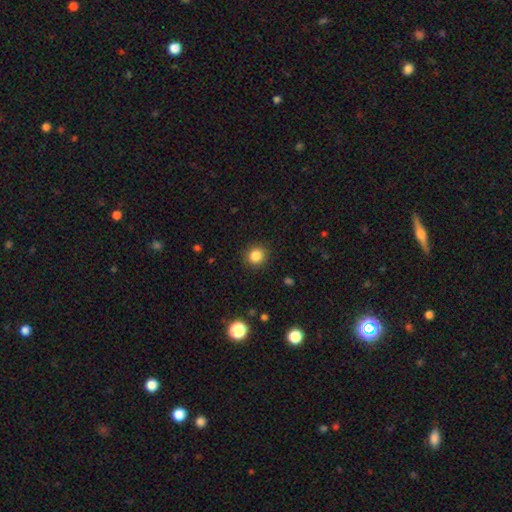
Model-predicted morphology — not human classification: Smooth or featured? smooth (85%)
How rounded? round (89%)
Merging? none (90%)